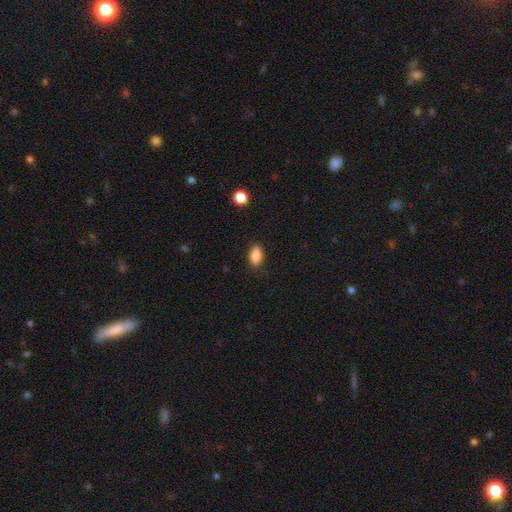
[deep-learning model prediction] Overall: smooth (85%). How rounded: in between (89%). Merging: none (83%).